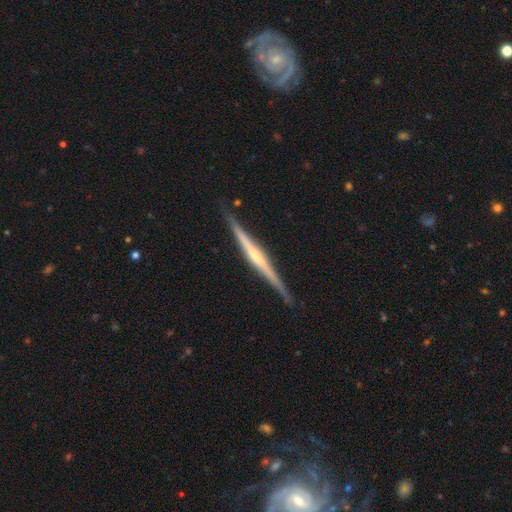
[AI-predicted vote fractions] Smooth or featured? featured or disk (78%)
Edge-on disk? yes (98%)
Edge-on bulge? rounded (59%)
Merging? none (88%)